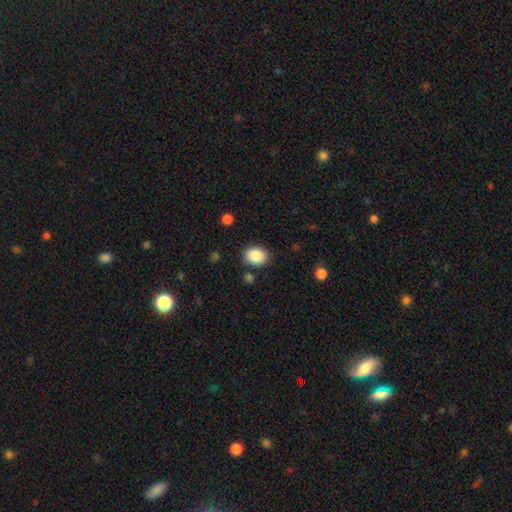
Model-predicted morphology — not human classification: A smooth galaxy with no disk features (88%) that is in between round and cigar-shaped (54%). Merging: none (82%).